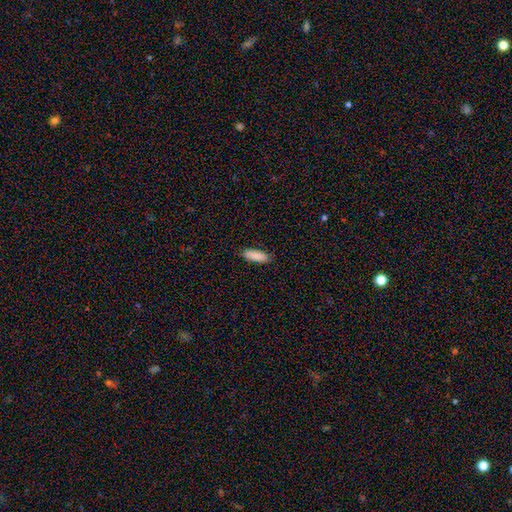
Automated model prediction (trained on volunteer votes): Smooth or featured? Predicted: smooth (p=0.89). How rounded? Predicted: in between (p=0.64). Merging? Predicted: none (p=0.87).